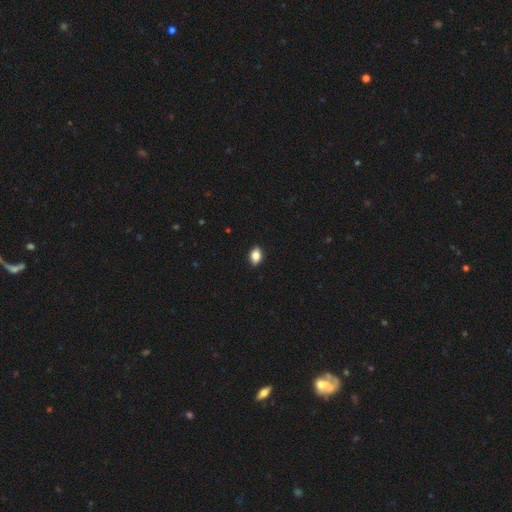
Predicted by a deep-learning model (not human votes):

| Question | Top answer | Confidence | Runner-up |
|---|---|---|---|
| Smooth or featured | smooth | 83% | featured or disk (9%) |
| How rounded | in between | 84% | round (14%) |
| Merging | none | 89% | minor disturbance (8%) |